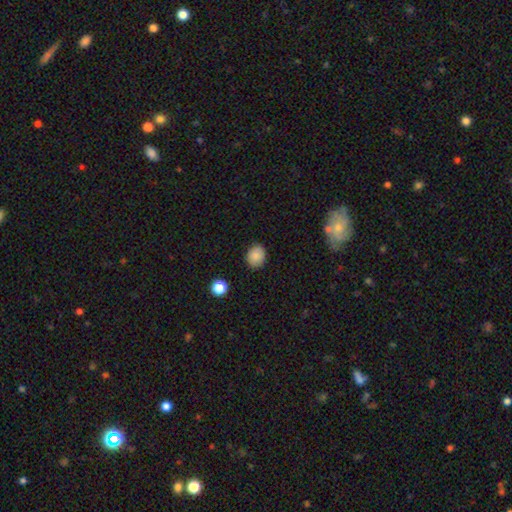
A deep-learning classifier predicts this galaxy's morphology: The model was most divided on "how rounded": round: 54%, in between: 45%, cigar-shaped: 1%. More confident: smooth or featured — smooth (86%); merging — none (86%).